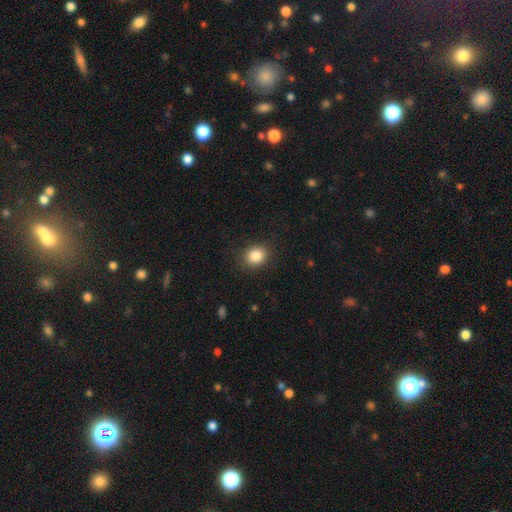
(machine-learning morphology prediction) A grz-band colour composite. It shows a smooth galaxy with no disk features (85%) that is round (65%). Merging: none (86%).